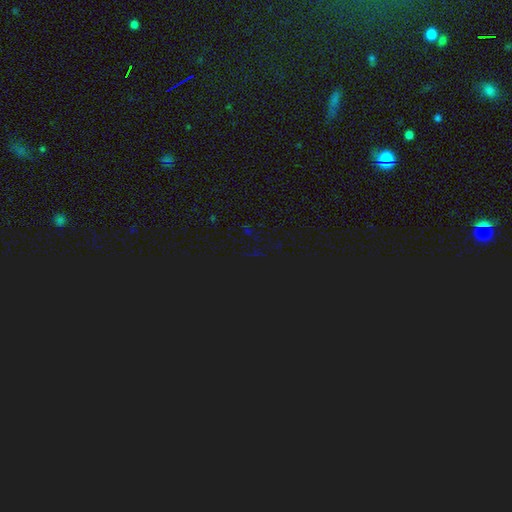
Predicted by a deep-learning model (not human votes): The model was most divided on "smooth or featured": star or artifact: 80%, smooth: 13%, featured or disk: 7%.